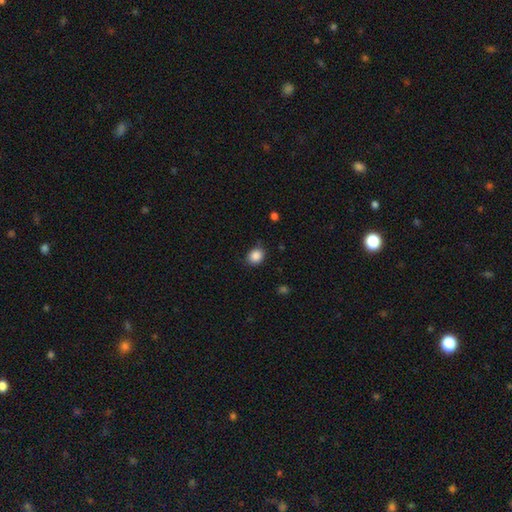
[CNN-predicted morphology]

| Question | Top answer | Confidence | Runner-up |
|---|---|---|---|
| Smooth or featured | smooth | 87% | star or artifact (9%) |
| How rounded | round | 58% | in between (41%) |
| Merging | none | 81% | minor disturbance (14%) |